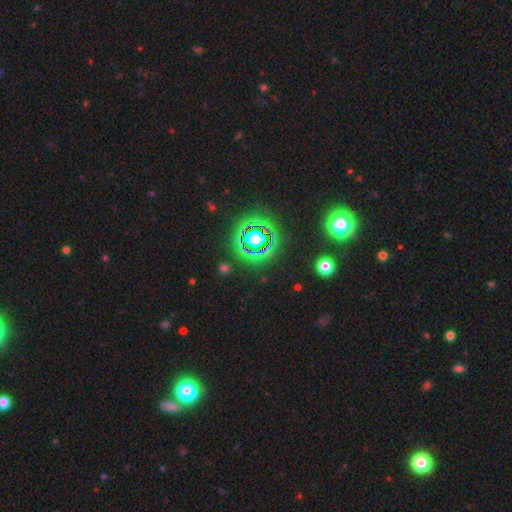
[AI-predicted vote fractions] Q: Smooth or featured?
A: star or artifact (80%); runner-up: smooth (14%)